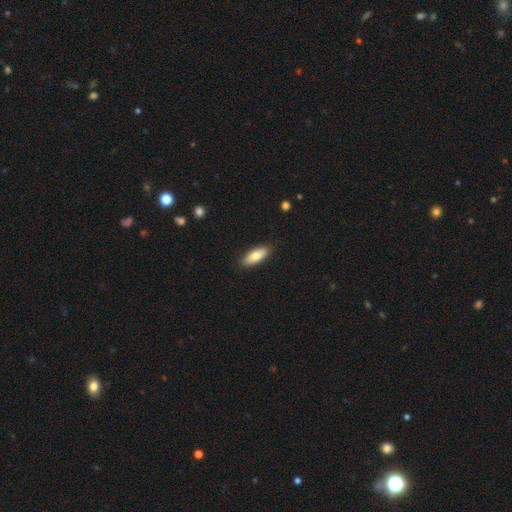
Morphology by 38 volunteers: This is clearly a smooth galaxy (84%). How rounded: likely in between (75%). Merging: clearly none (92%).